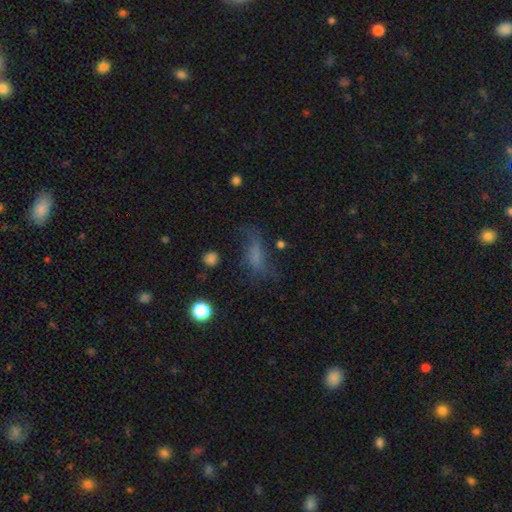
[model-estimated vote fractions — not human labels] This is possibly a smooth galaxy (56%). How rounded: likely in between (66%). Merging: marginally none (45%).